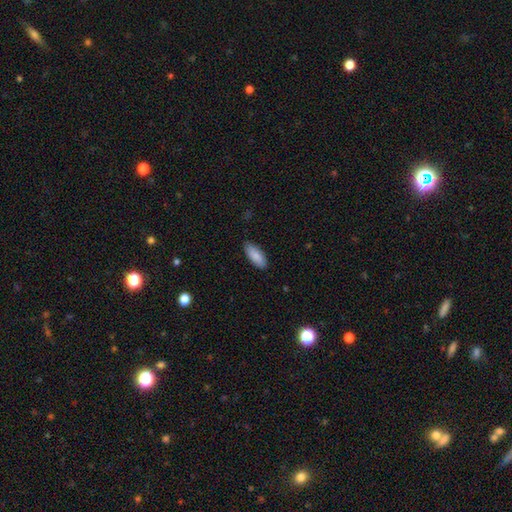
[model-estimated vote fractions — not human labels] Smooth or featured: smooth — 88% (featured or disk — 6%)
How rounded: in between — 78% (cigar-shaped — 21%)
Merging: none — 86% (minor disturbance — 11%)